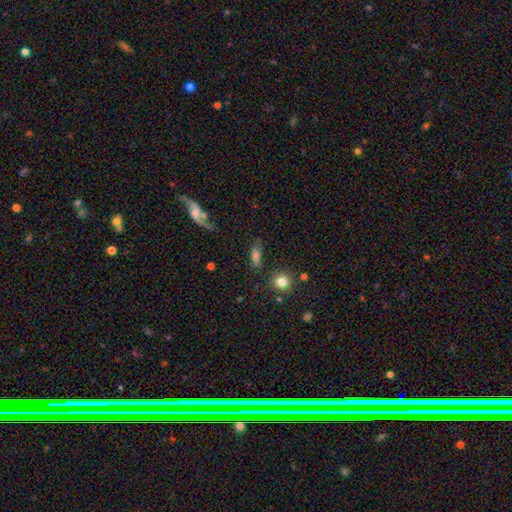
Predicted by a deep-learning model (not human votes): Smooth or featured? smooth (67%)
How rounded? in between (66%)
Merging? none (62%)